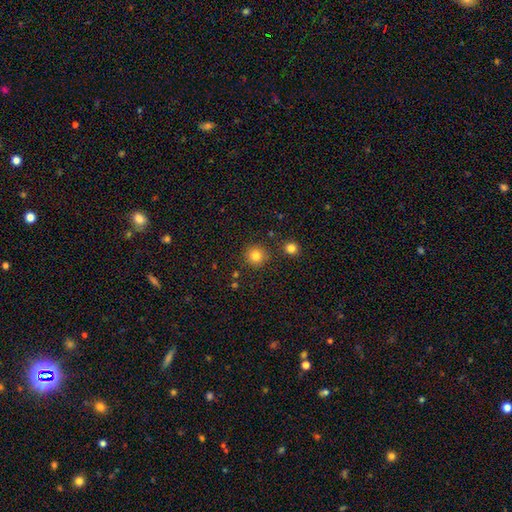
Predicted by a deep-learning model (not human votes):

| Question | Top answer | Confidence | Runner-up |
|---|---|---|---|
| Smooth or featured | smooth | 83% | star or artifact (12%) |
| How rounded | round | 94% | in between (5%) |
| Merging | none | 87% | minor disturbance (7%) |